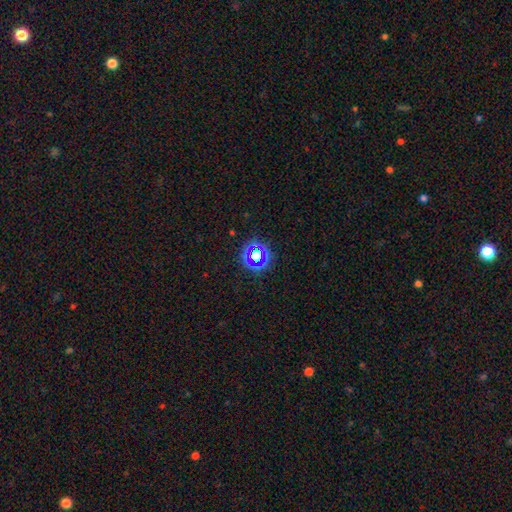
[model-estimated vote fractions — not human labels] Smooth or featured?
  - star or artifact: 59% *
  - smooth: 30%
  - featured or disk: 11%